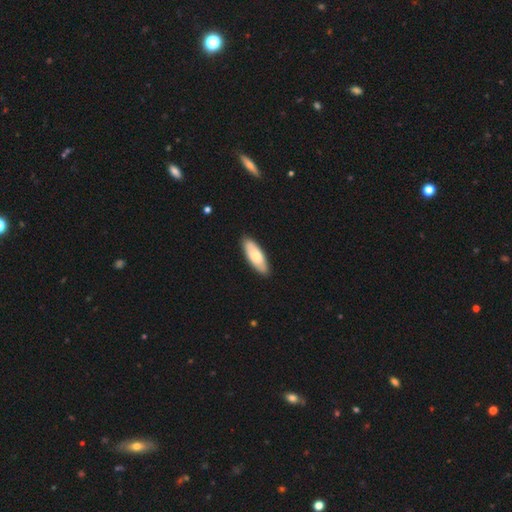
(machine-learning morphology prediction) Smooth or featured: smooth — 67% (featured or disk — 28%)
How rounded: in between — 69% (cigar-shaped — 29%)
Merging: none — 89% (minor disturbance — 9%)